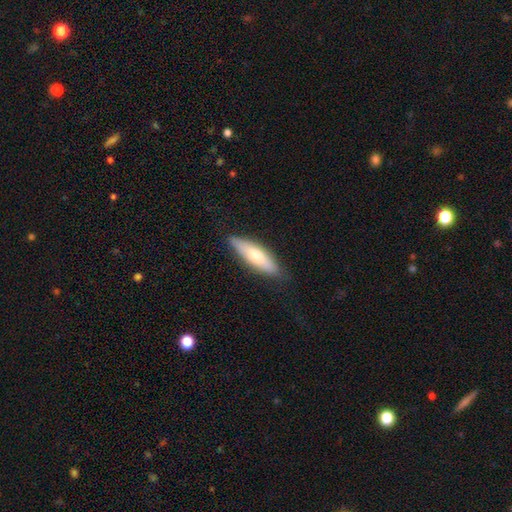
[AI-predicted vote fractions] Smooth or featured? Predicted: smooth (p=0.62). How rounded? Predicted: cigar-shaped (p=0.52). Merging? Predicted: none (p=0.83).